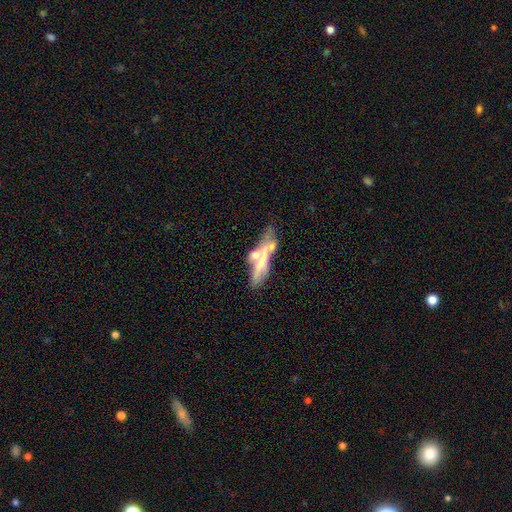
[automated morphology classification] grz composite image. It shows a featured or disk galaxy (48%). Merging: none (37%).